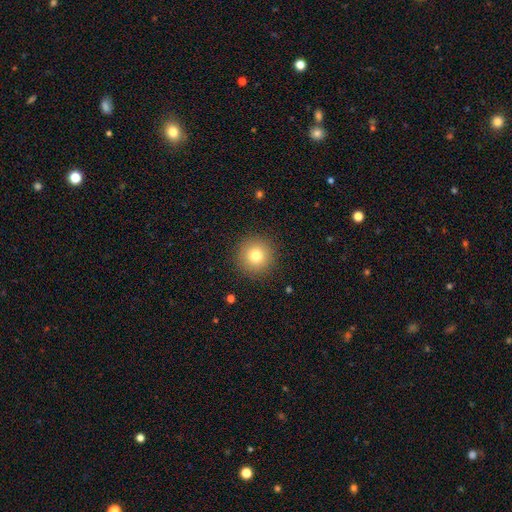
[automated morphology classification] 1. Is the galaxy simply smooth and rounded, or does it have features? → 78% smooth, 12% star or artifact, 10% featured or disk.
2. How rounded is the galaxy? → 96% round, 3% in between, 1% cigar-shaped.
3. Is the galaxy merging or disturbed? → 91% none, 6% minor disturbance, 2% major disturbance, 1% merger.